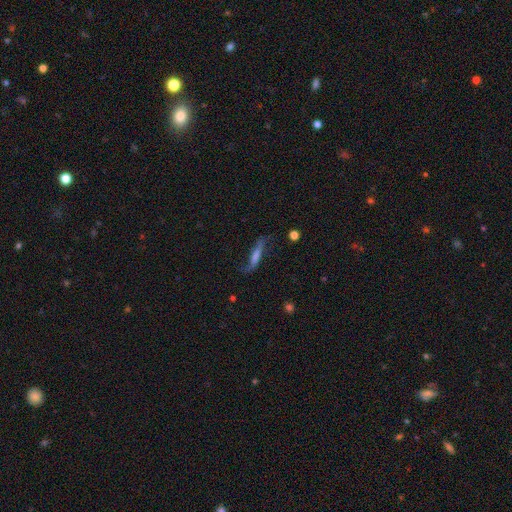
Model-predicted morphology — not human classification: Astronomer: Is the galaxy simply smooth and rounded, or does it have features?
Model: featured or disk — 53% (runner-up: smooth, 36%).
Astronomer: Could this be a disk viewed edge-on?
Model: yes — 57% (runner-up: no, 43%).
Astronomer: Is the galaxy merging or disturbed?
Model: none — 56%.